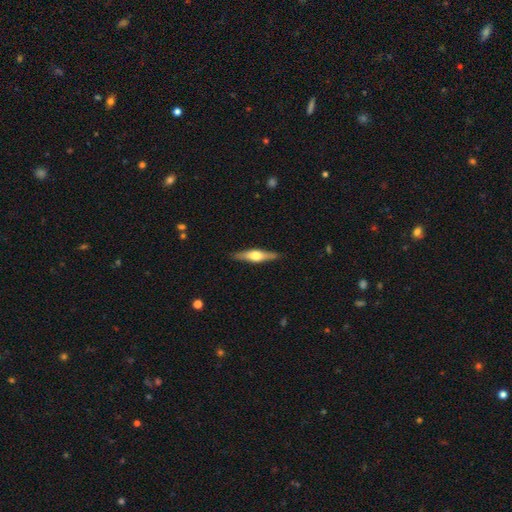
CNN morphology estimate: Overall: featured or disk (62%; smooth 32%). Edge-on disk: yes (96%). Edge-on bulge: rounded (92%). Merging: none (89%).